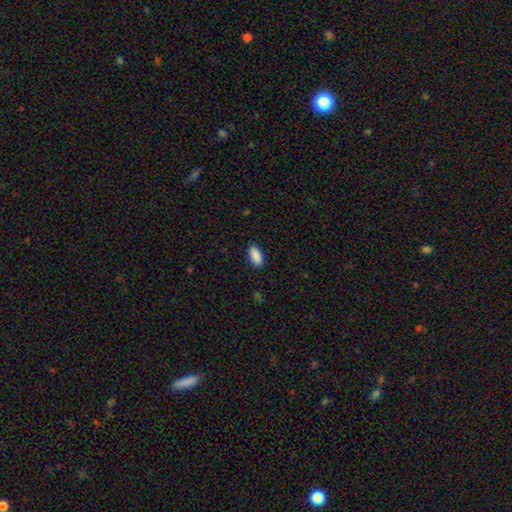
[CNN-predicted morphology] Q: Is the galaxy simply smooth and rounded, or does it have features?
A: smooth — 90%.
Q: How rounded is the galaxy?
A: in between — 91%.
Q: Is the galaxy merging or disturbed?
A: none — 89%.